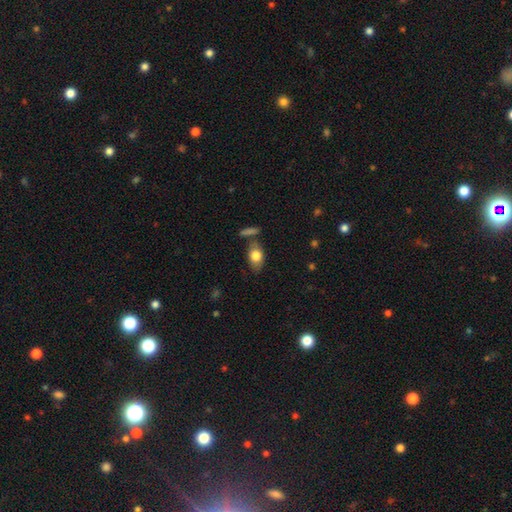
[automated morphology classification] Q: Smooth or featured?
A: smooth (78%); runner-up: featured or disk (14%)
Q: How rounded?
A: in between (84%); runner-up: round (13%)
Q: Merging?
A: none (67%); runner-up: minor disturbance (18%)